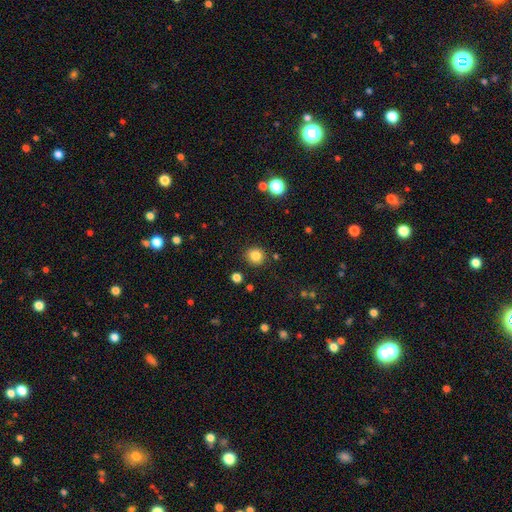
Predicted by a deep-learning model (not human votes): Smooth or featured? Predicted: smooth (p=0.84). How rounded? Predicted: round (p=0.88). Merging? Predicted: none (p=0.88).